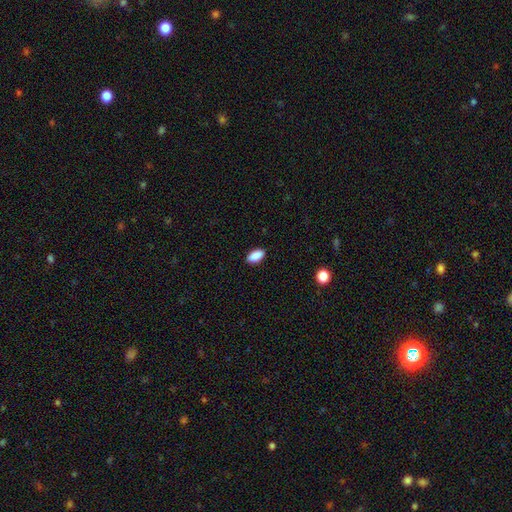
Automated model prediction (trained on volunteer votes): Overall: smooth (89%). How rounded: in between (92%). Merging: none (89%).